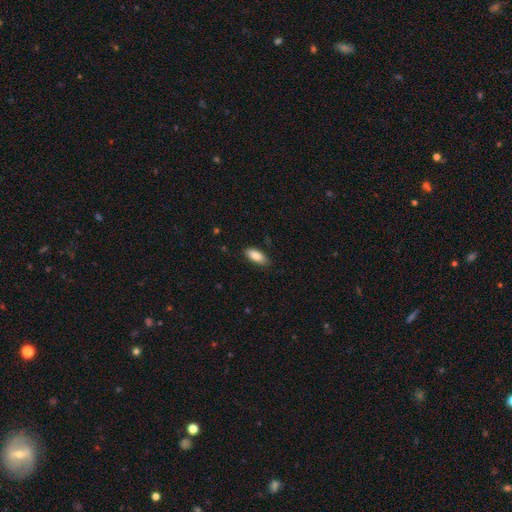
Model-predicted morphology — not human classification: type=smooth (86%); roundness=in between (82%); merging=none (84%).